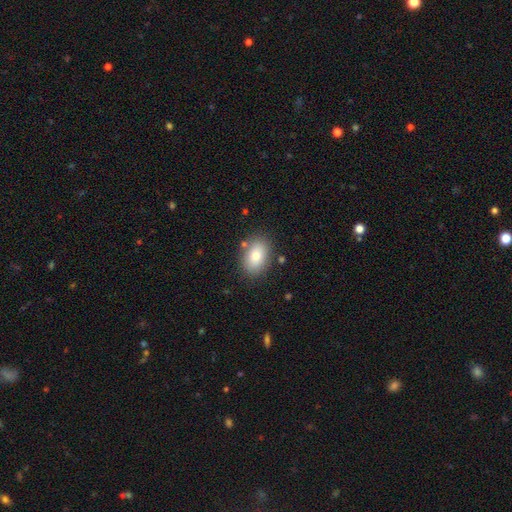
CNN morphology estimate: This appears to be a smooth galaxy with no disk features (79%) that is in between round and cigar-shaped (85%). Merging: none (82%).